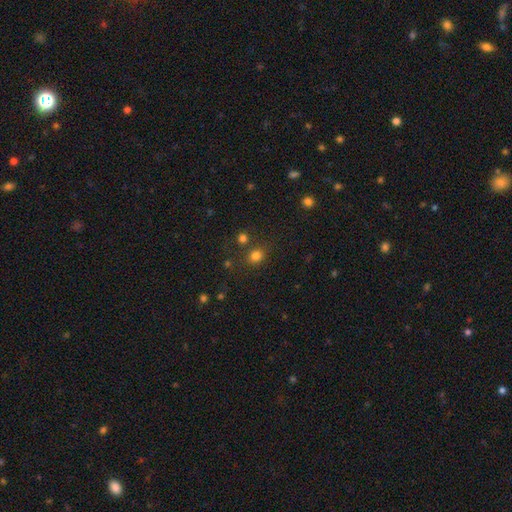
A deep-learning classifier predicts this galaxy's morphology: Smooth or featured?
  - smooth: 77% *
  - star or artifact: 17%
  - featured or disk: 6%
How rounded?
  - round: 78% *
  - in between: 21%
  - cigar-shaped: 1%
Merging?
  - none: 75% *
  - merger: 11%
  - minor disturbance: 10%
  - major disturbance: 4%